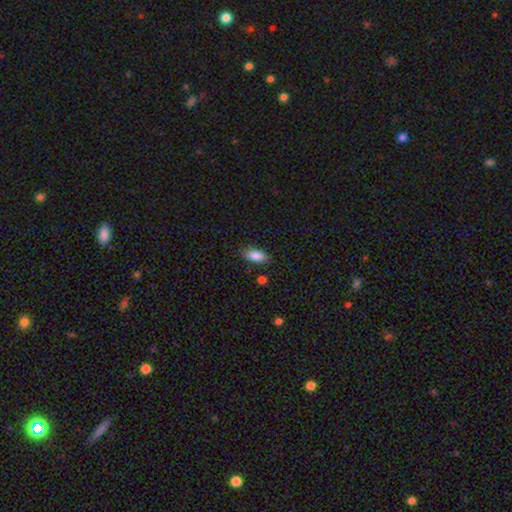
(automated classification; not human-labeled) Q: Smooth or featured?
A: smooth (86%); runner-up: star or artifact (7%)
Q: How rounded?
A: in between (89%); runner-up: cigar-shaped (7%)
Q: Merging?
A: none (81%); runner-up: minor disturbance (14%)